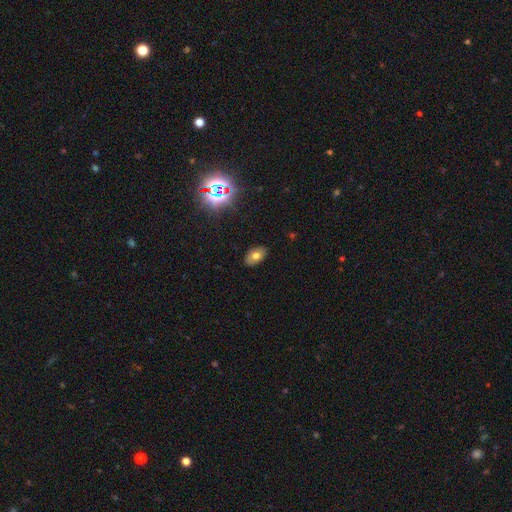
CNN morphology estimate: Q: Smooth or featured?
A: smooth (70%); runner-up: featured or disk (16%)
Q: How rounded?
A: in between (91%); runner-up: round (8%)
Q: Merging?
A: none (86%); runner-up: minor disturbance (10%)